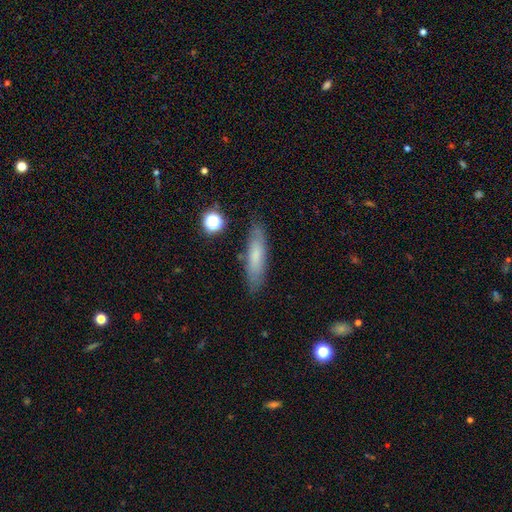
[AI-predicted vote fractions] smooth-or-featured: smooth: 69% | featured or disk: 23% | star or artifact: 8%
  how-rounded: cigar-shaped: 72% | in between: 27% | round: 2%
  merging: none: 83% | minor disturbance: 12% | major disturbance: 3% | merger: 2%